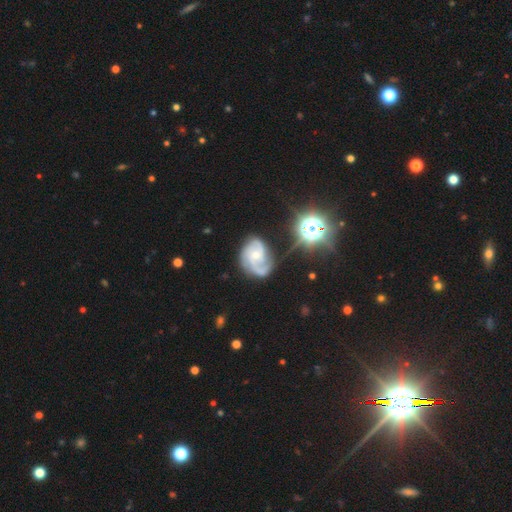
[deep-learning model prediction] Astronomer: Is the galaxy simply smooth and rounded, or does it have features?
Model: featured or disk — 83%.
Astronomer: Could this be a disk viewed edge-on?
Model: no — 98%.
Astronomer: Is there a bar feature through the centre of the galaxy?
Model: no — 68%.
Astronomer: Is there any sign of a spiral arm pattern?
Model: yes — 95%.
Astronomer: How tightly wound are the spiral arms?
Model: medium — 47% (runner-up: tight, 35%).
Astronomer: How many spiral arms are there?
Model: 2 — 43% (runner-up: 3, 24%).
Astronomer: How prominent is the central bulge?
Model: small — 58% (runner-up: moderate, 38%).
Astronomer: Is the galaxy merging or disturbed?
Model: none — 49% (runner-up: minor disturbance, 26%).